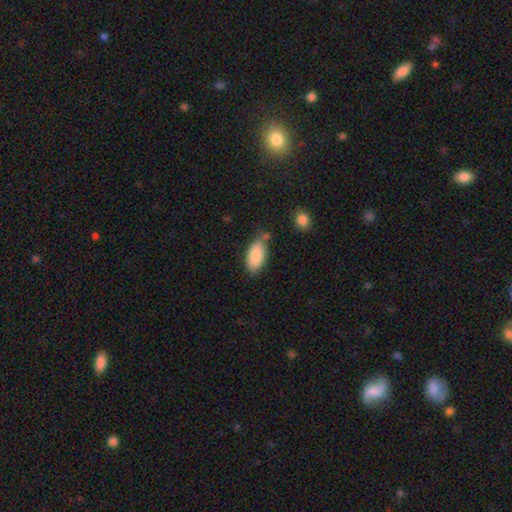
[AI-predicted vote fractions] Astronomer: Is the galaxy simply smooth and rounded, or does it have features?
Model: smooth — 85%.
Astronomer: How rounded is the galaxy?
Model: in between — 93%.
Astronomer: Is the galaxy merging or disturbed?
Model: none — 64%.